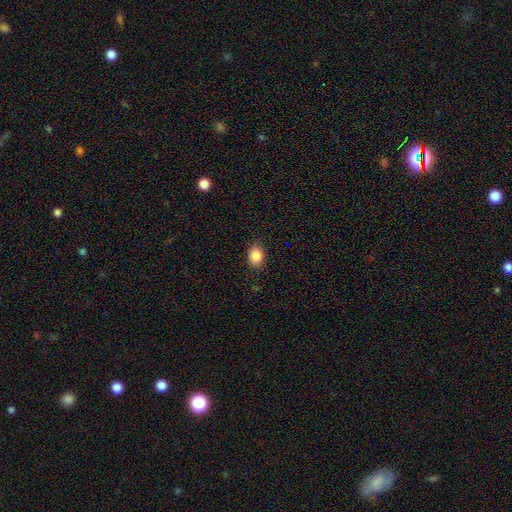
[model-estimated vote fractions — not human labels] A smooth galaxy with no disk features (87%) that is in between round and cigar-shaped (61%).

Vote fractions:
- Smooth or featured? smooth: 87% / star or artifact: 9% / featured or disk: 5%
- How rounded? in between: 61% / round: 38% / cigar-shaped: 1%
- Merging? none: 79% / minor disturbance: 17% / major disturbance: 3% / merger: 1%